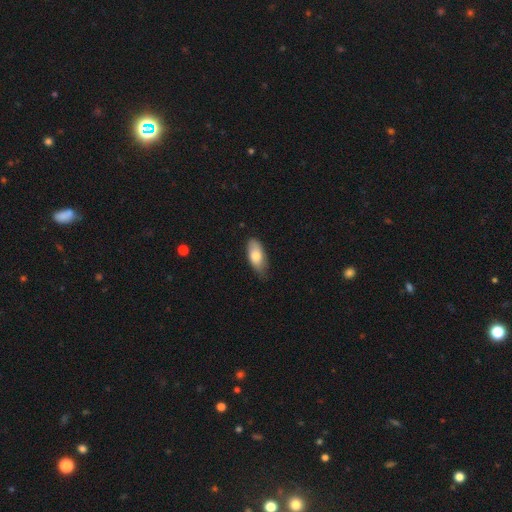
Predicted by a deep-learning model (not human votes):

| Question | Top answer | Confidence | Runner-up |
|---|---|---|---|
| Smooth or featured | smooth | 77% | featured or disk (17%) |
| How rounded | in between | 87% | cigar-shaped (10%) |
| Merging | none | 73% | minor disturbance (23%) |